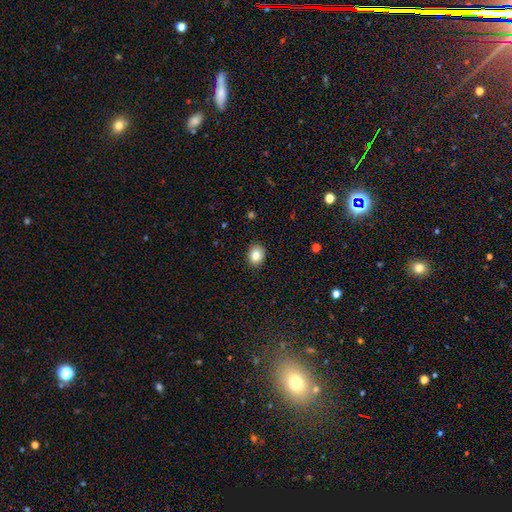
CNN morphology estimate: Q: Smooth or featured?
A: smooth (84%); runner-up: star or artifact (9%)
Q: How rounded?
A: round (57%); runner-up: in between (42%)
Q: Merging?
A: none (89%); runner-up: minor disturbance (9%)